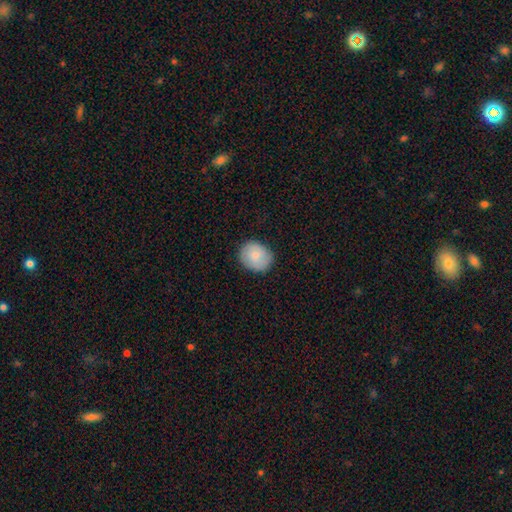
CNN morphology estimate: smooth-or-featured: smooth: 79% | featured or disk: 15% | star or artifact: 6%
  how-rounded: round: 65% | in between: 34% | cigar-shaped: 1%
  merging: none: 82% | minor disturbance: 14% | major disturbance: 3% | merger: 1%